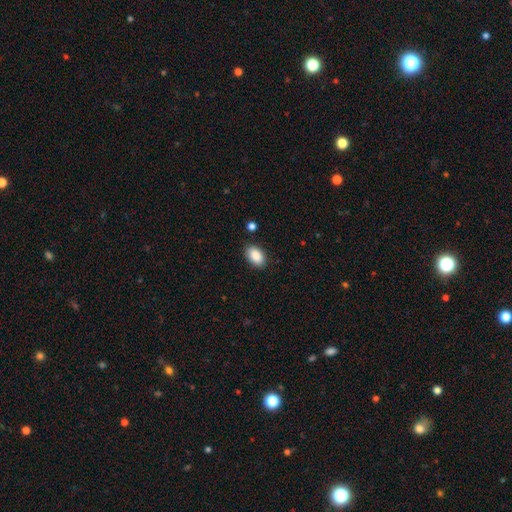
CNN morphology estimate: This is clearly a smooth galaxy (89%). How rounded: clearly in between (91%). Merging: clearly none (87%).